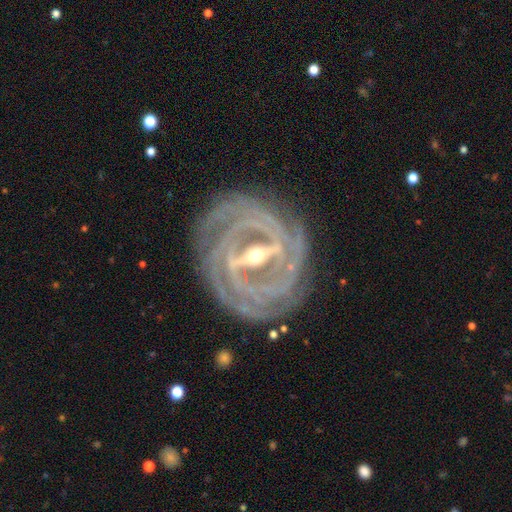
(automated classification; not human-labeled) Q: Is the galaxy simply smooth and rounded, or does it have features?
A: featured or disk — 92%.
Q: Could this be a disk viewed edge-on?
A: no — 91%.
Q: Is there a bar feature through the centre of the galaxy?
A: strong — 80%.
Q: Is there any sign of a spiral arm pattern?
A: yes — 95%.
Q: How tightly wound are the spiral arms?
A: tight — 85%.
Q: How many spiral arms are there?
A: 4 — 24%.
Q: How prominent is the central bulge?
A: moderate — 52%.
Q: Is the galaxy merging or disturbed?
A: none — 82%.